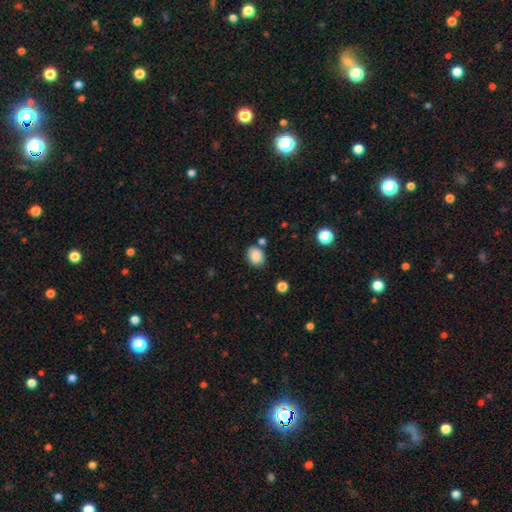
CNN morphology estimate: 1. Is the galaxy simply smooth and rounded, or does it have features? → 85% smooth, 9% star or artifact, 6% featured or disk.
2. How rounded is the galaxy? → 54% in between, 45% round, 1% cigar-shaped.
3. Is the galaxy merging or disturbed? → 72% none, 16% minor disturbance, 8% merger, 4% major disturbance.